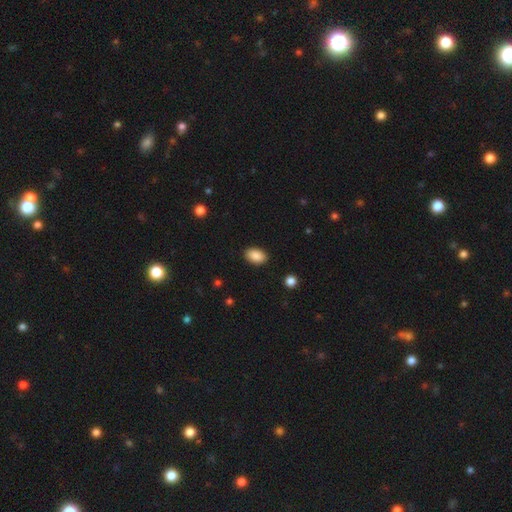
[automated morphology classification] This is clearly a smooth galaxy (88%). How rounded: clearly in between (90%). Merging: clearly none (89%).